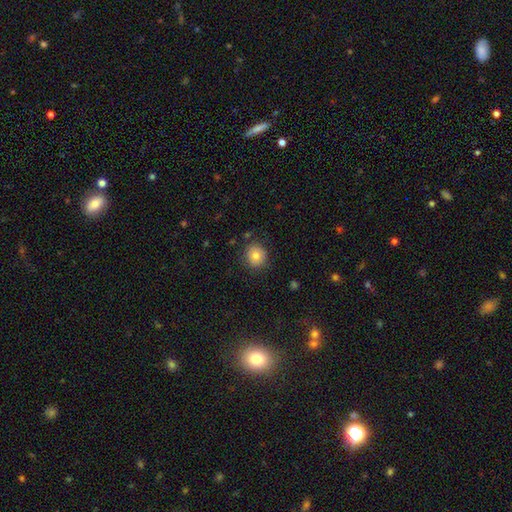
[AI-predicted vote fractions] Overall: smooth (81%). How rounded: round (87%). Merging: none (85%).